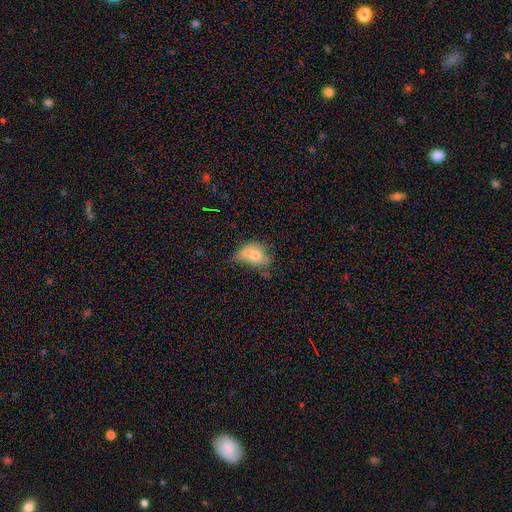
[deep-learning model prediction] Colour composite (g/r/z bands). It shows a smooth galaxy with no disk features (66%) that is in between round and cigar-shaped (71%). Merging: merger (28%).